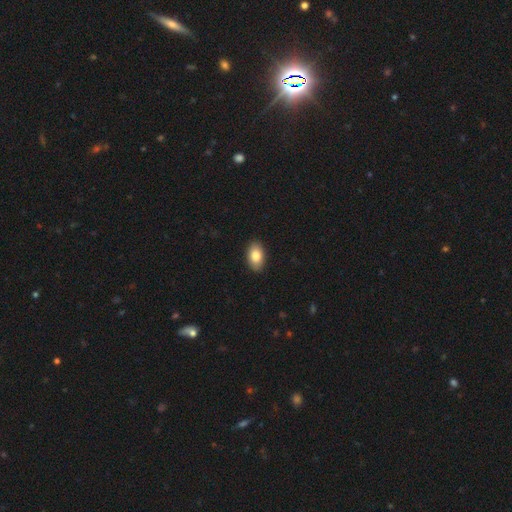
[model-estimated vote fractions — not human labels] Smooth or featured? Predicted: smooth (p=0.84). How rounded? Predicted: in between (p=0.92). Merging? Predicted: none (p=0.89).